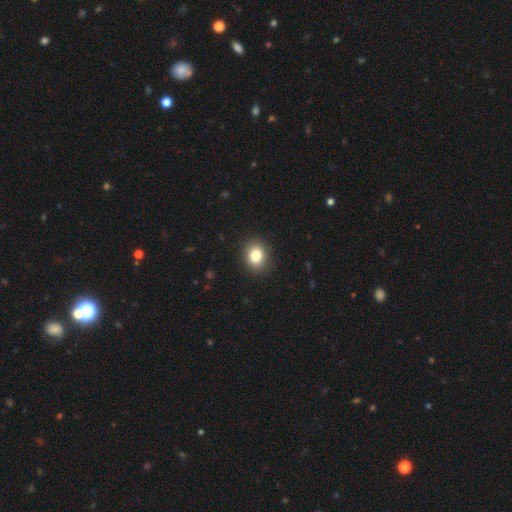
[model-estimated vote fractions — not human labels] The model was most divided on "how rounded": round: 56%, in between: 43%, cigar-shaped: 1%. More confident: merging — none (90%); smooth or featured — smooth (83%).